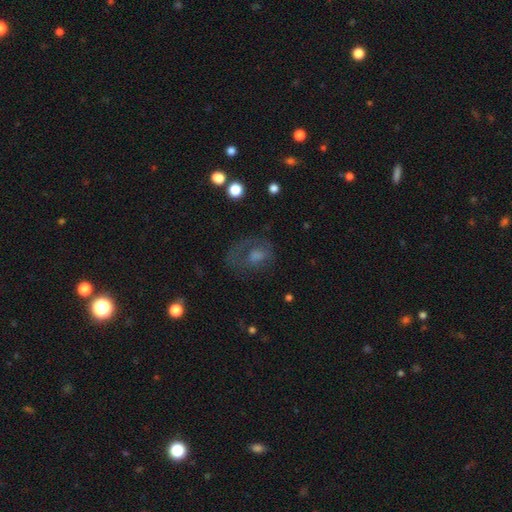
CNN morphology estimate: The model was most divided on "smooth or featured": featured or disk: 42%, smooth: 39%, star or artifact: 19%. Remaining: merging — none (46%).